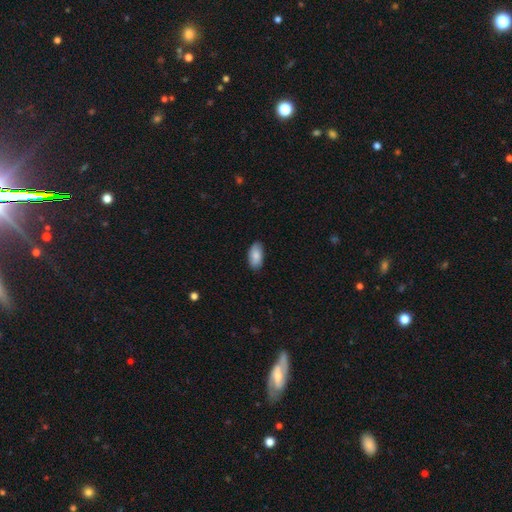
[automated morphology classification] smooth_or_featured: smooth (p=0.84) [alt: featured or disk p=0.10]
how_rounded: in between (p=0.94) [alt: cigar-shaped p=0.03]
merging: none (p=0.83) [alt: minor disturbance p=0.13]